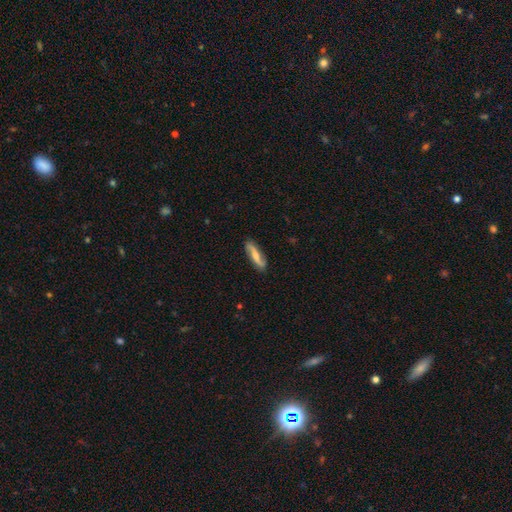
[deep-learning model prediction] Smooth or featured?
  - featured or disk: 52% *
  - smooth: 42%
  - star or artifact: 6%
Edge-on disk?
  - no: 73% *
  - yes: 27%
Merging?
  - none: 82% *
  - minor disturbance: 13%
  - major disturbance: 3%
  - merger: 1%